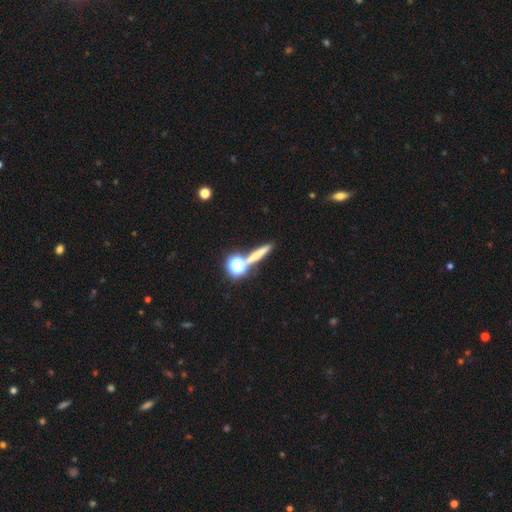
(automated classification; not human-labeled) This appears to be a smooth galaxy with no disk features (52%) that is cigar-shaped (58%). Merging: none (71%).